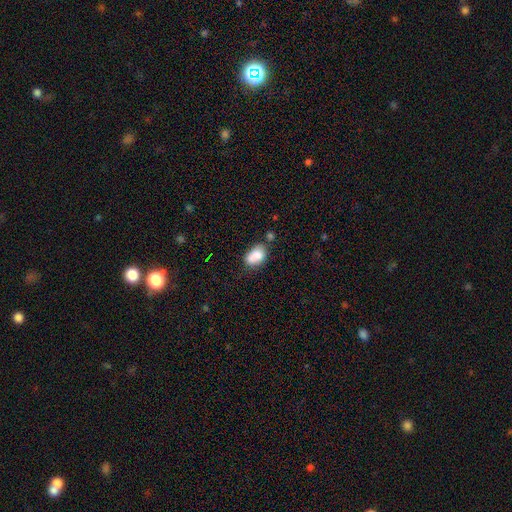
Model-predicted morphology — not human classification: This is clearly a smooth galaxy (82%). How rounded: clearly in between (86%). Merging: possibly none (49%).